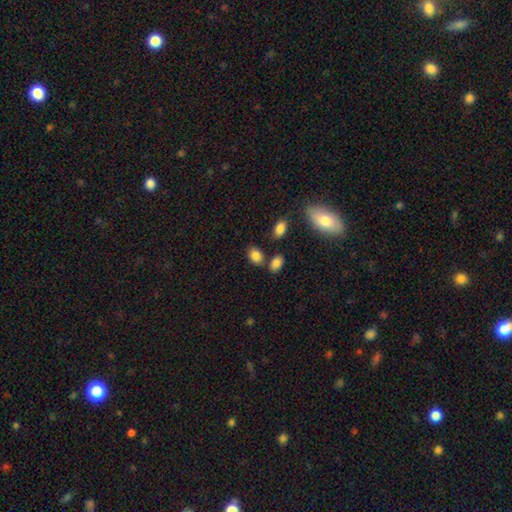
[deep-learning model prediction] Smooth or featured? smooth (85%)
How rounded? in between (76%)
Merging? none (73%)